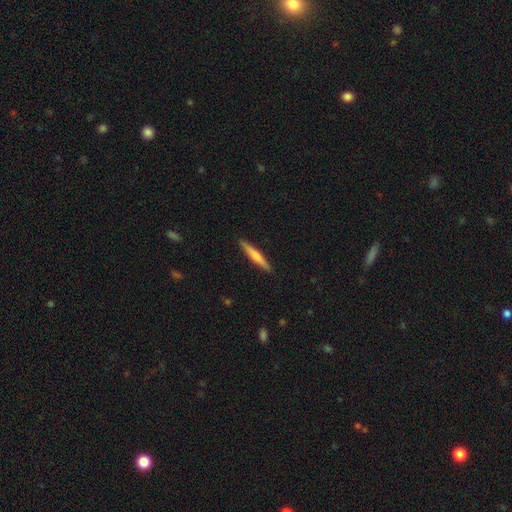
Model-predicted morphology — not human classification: Overall: smooth (59%; featured or disk 36%). How rounded: cigar-shaped (93%). Merging: none (91%).